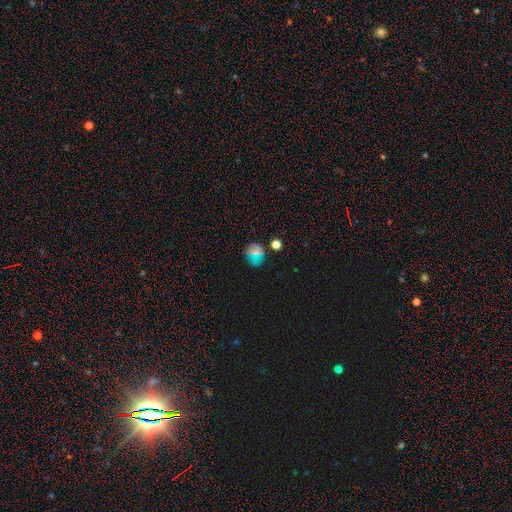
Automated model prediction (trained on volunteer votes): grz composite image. It shows a smooth galaxy with no disk features (56%) that is round (78%). Merging: none (78%).